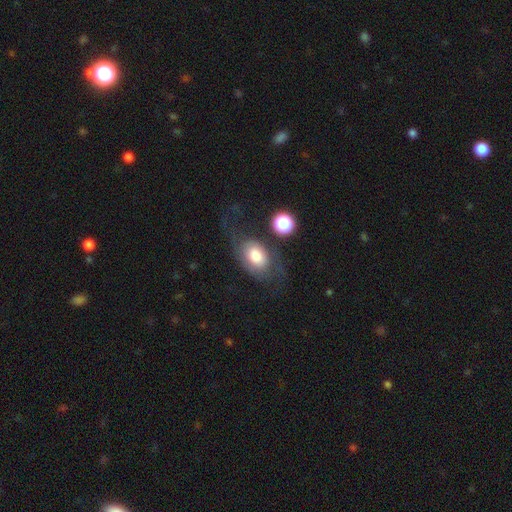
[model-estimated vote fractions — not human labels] smooth 56%, featured or disk 35%, star or artifact 9%. Down the decision tree: how rounded — in between (79%); merging — none (46%).